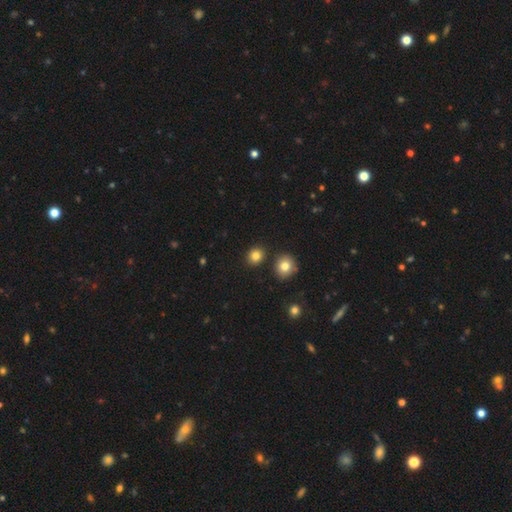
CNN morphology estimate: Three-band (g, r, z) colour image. It shows a smooth galaxy with no disk features (83%) that is round (74%). Merging: none (85%).